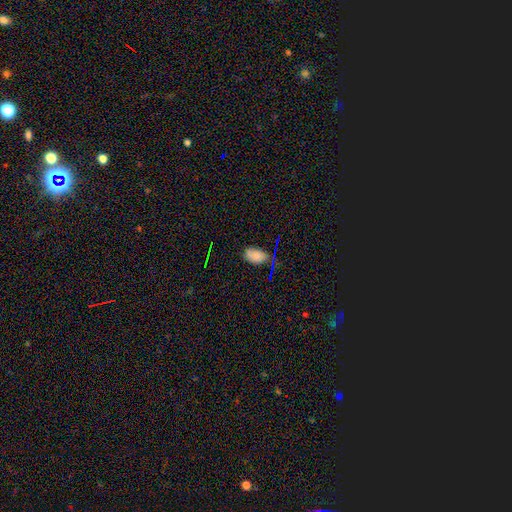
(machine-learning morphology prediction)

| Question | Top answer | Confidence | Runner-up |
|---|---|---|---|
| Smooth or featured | smooth | 74% | star or artifact (20%) |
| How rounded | in between | 93% | round (5%) |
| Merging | none | 65% | minor disturbance (24%) |